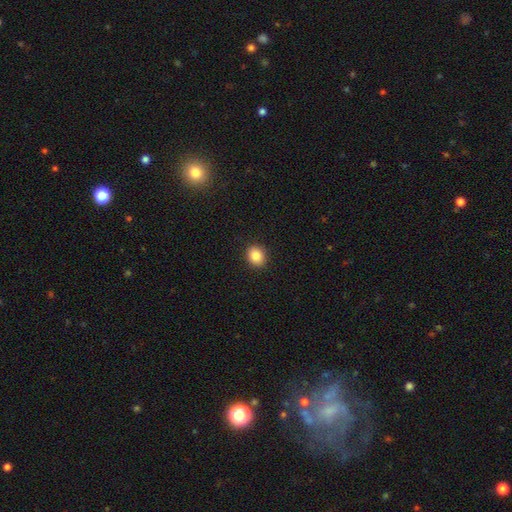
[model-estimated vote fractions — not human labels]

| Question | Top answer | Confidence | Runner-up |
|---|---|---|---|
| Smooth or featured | smooth | 85% | star or artifact (9%) |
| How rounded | round | 64% | in between (35%) |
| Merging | none | 91% | minor disturbance (6%) |